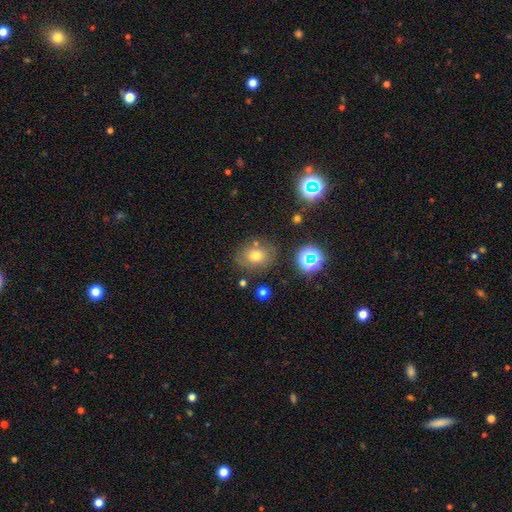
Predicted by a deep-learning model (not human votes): smooth_or_featured: smooth (p=0.70) [alt: star or artifact p=0.16]
how_rounded: round (p=0.61) [alt: in between p=0.38]
merging: none (p=0.77) [alt: minor disturbance p=0.13]